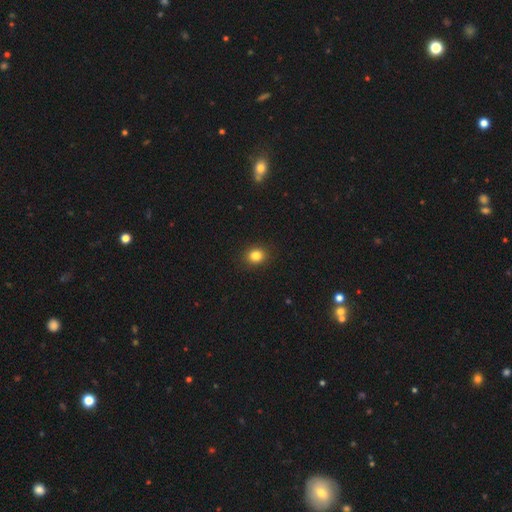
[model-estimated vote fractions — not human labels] The model was most divided on "how rounded": round: 69%, in between: 30%, cigar-shaped: 1%. More confident: merging — none (90%); smooth or featured — smooth (84%).